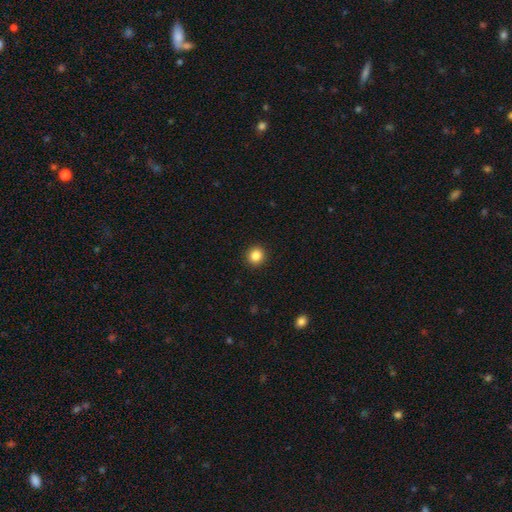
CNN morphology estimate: Smooth or featured?
  - smooth: 85% *
  - star or artifact: 11%
  - featured or disk: 4%
How rounded?
  - round: 92% *
  - in between: 7%
  - cigar-shaped: 1%
Merging?
  - none: 93% *
  - minor disturbance: 4%
  - major disturbance: 2%
  - merger: 1%